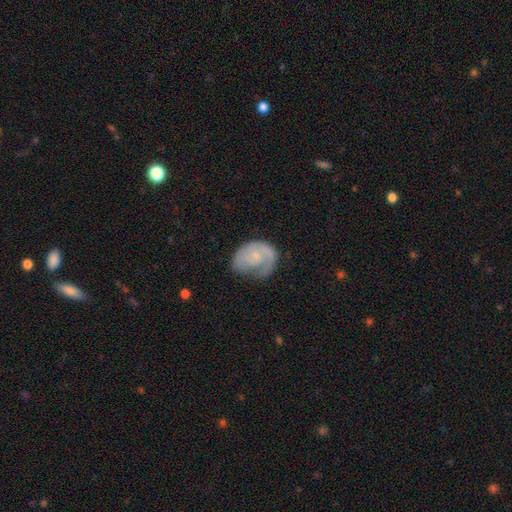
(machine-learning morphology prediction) Smooth or featured: featured or disk — 60% (smooth — 33%)
Edge-on disk: no — 97% (yes — 3%)
Bar: no — 76% (weak — 21%)
Spiral arms: yes — 82% (no — 18%)
Bulge size: small — 68% (none — 15%)
Merging: none — 42% (minor disturbance — 28%)